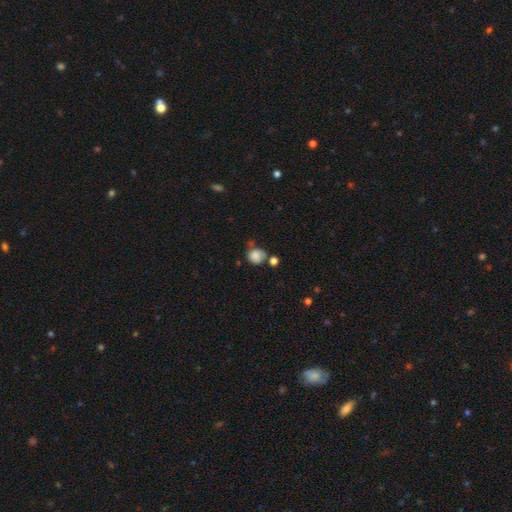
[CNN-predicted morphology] The model was most divided on "merging": none: 52%, minor disturbance: 23%, merger: 17%, major disturbance: 8%. More confident: smooth or featured — smooth (83%); how rounded — round (81%).